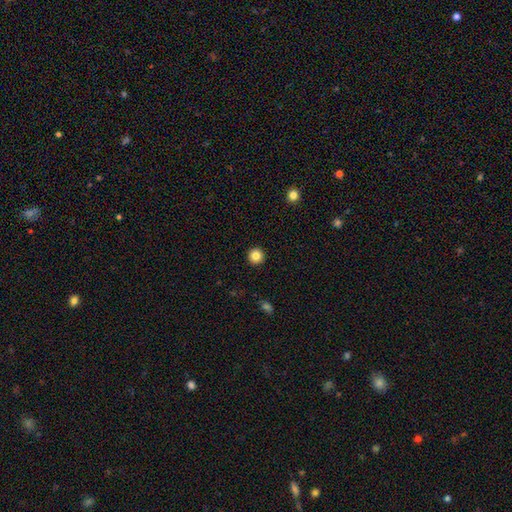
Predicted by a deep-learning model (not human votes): This appears to be a smooth galaxy with no disk features (85%) that is round (96%). Merging: none (94%).